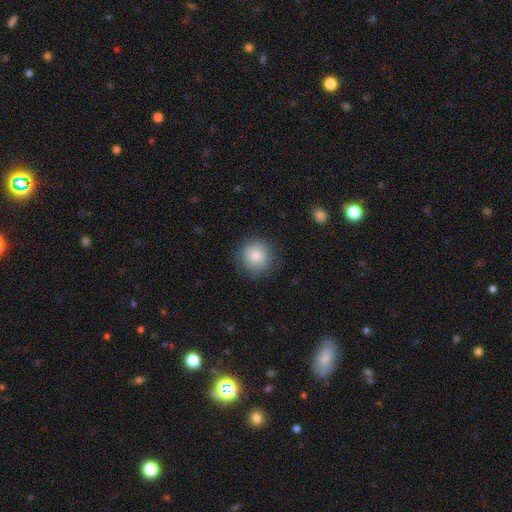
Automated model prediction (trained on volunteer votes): smooth-or-featured: smooth: 85% | star or artifact: 8% | featured or disk: 7%
  how-rounded: round: 93% | in between: 6% | cigar-shaped: 1%
  merging: none: 85% | minor disturbance: 11% | major disturbance: 3% | merger: 1%